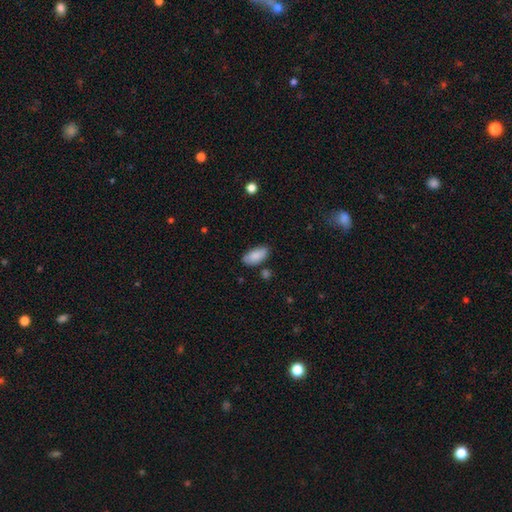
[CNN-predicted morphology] Smooth or featured? smooth (87%)
How rounded? in between (92%)
Merging? none (78%)